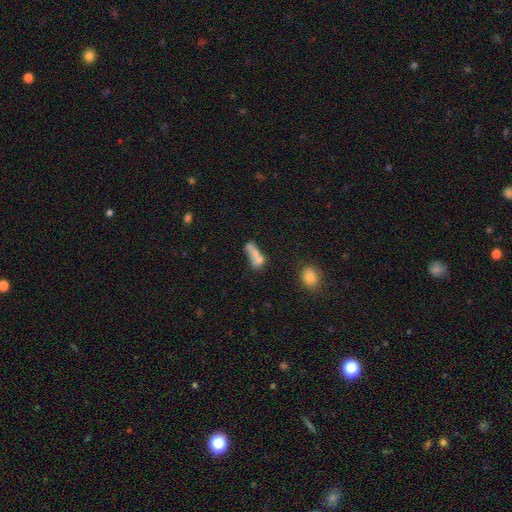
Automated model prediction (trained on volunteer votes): This is likely a smooth galaxy (64%). How rounded: possibly in between (60%). Merging: possibly merger (54%).